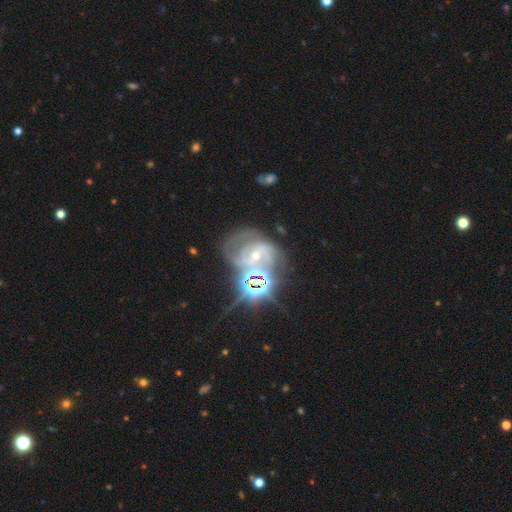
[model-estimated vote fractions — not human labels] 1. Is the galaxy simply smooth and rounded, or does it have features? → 66% featured or disk, 24% star or artifact, 10% smooth.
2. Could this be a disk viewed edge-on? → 97% no, 3% yes.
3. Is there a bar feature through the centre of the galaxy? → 40% no, 36% weak, 24% strong.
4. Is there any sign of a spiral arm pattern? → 90% yes, 10% no.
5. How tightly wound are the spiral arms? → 49% medium, 36% tight, 16% loose.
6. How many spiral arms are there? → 41% 2, 24% can't tell, 21% 3, 6% 1, 5% 4, 4% more than 4.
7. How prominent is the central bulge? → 54% small, 41% moderate, 2% large, 2% none, 1% dominant.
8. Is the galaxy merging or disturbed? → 48% none, 20% major disturbance, 19% minor disturbance, 13% merger.